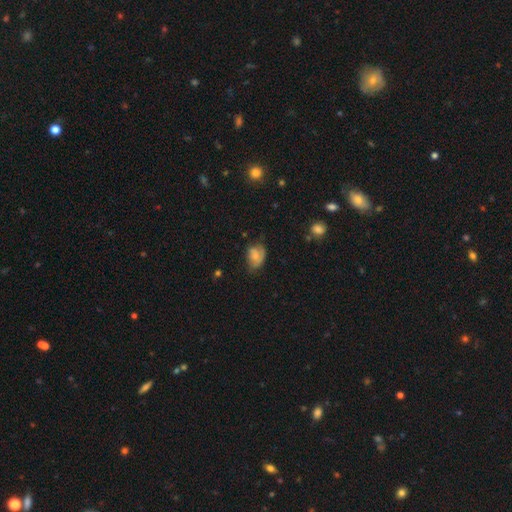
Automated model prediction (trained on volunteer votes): A smooth galaxy with no disk features (64%) that is in between round and cigar-shaped (73%). Merging: none (47%).